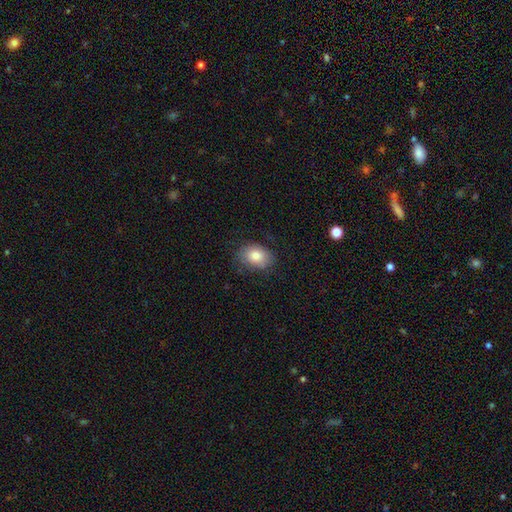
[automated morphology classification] Smooth or featured? Predicted: smooth (p=0.80). How rounded? Predicted: in between (p=0.70). Merging? Predicted: none (p=0.75).